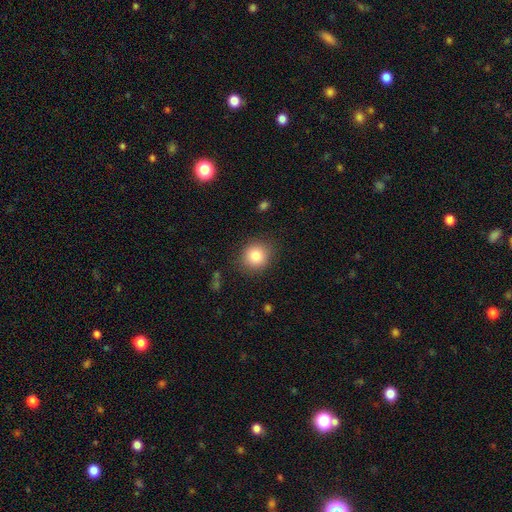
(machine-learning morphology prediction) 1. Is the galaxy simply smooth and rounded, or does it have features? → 83% smooth, 10% star or artifact, 7% featured or disk.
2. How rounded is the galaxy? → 86% round, 13% in between, 1% cigar-shaped.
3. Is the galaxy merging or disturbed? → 87% none, 9% minor disturbance, 3% major disturbance, 1% merger.